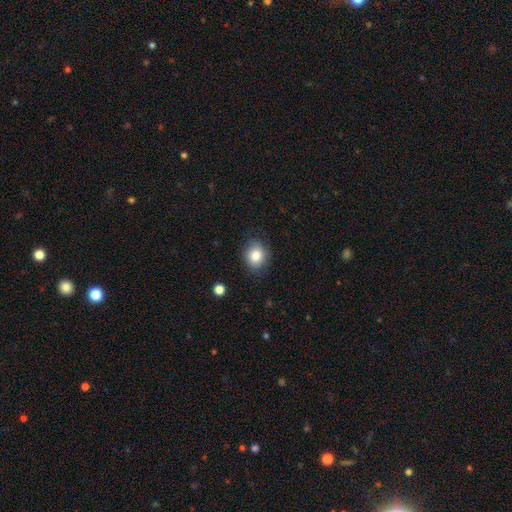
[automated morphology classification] This is clearly a smooth galaxy (82%). How rounded: likely round (62%). Merging: clearly none (84%).